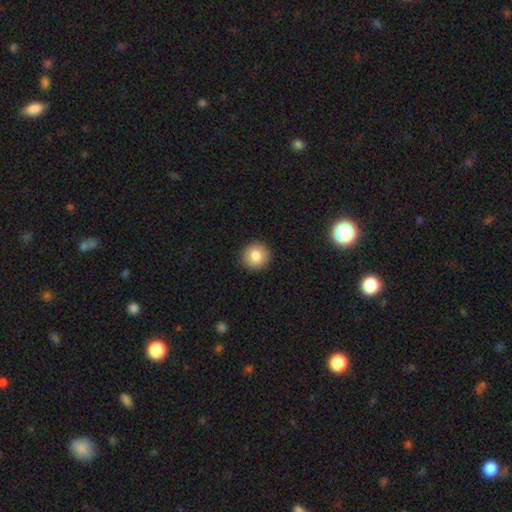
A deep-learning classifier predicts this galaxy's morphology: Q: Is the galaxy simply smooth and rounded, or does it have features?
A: smooth — 82%.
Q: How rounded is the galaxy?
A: round — 95%.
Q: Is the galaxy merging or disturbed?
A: none — 93%.